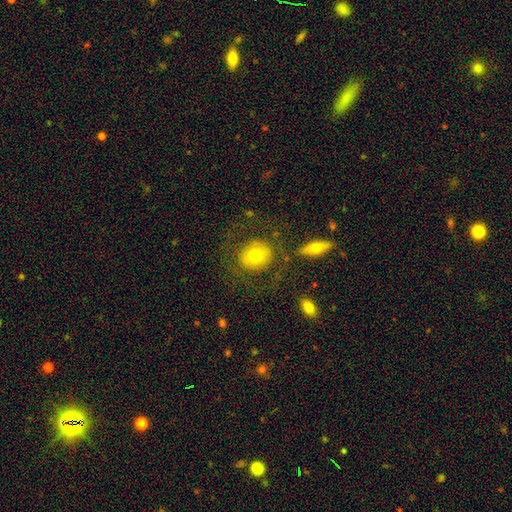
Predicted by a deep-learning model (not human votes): smooth_or_featured: smooth (p=0.65) [alt: featured or disk p=0.26]
how_rounded: round (p=0.84) [alt: in between p=0.15]
merging: none (p=0.71) [alt: minor disturbance p=0.13]